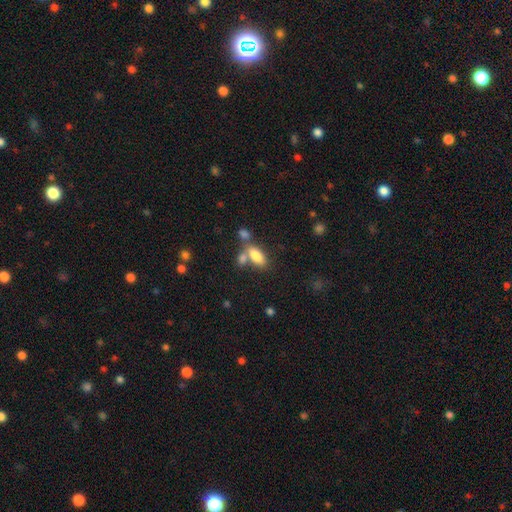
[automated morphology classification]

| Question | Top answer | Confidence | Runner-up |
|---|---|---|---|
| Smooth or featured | smooth | 80% | featured or disk (11%) |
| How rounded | in between | 84% | cigar-shaped (12%) |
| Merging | none | 47% | merger (36%) |